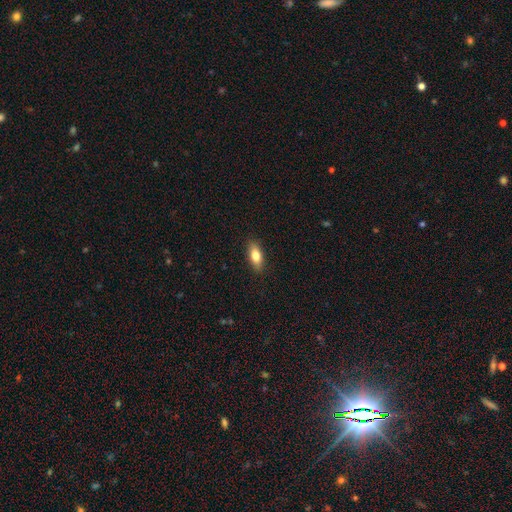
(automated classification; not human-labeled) Overall: smooth (76%). How rounded: in between (77%). Merging: none (88%).